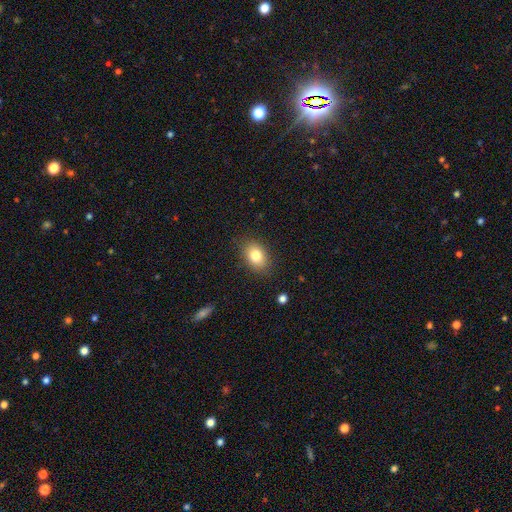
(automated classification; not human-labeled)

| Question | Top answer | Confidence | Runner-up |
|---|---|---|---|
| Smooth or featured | smooth | 81% | featured or disk (10%) |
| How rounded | in between | 78% | round (21%) |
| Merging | none | 84% | minor disturbance (11%) |